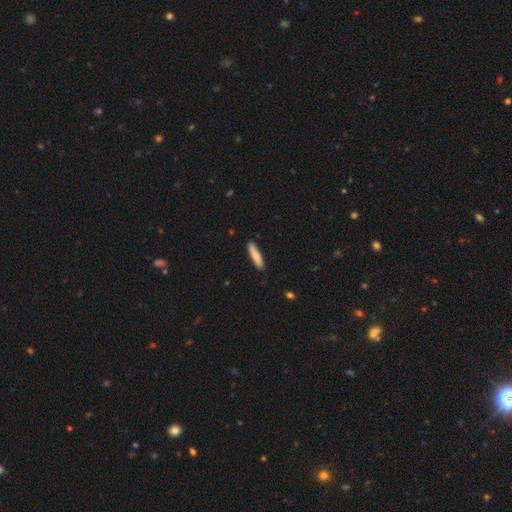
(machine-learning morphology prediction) smooth 81%, featured or disk 14%, star or artifact 5%. Down the decision tree: how rounded — cigar-shaped (85%); merging — none (88%).